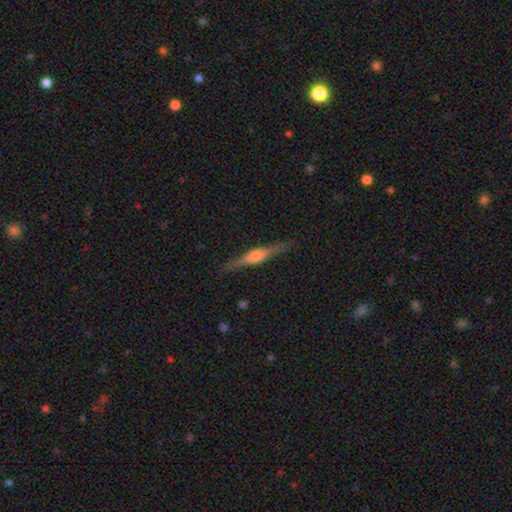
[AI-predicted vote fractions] This is likely a featured or disk galaxy (76%). It is clearly viewed edge-on (98%). Edge-on bulge: likely rounded (71%). Merging: clearly none (88%).